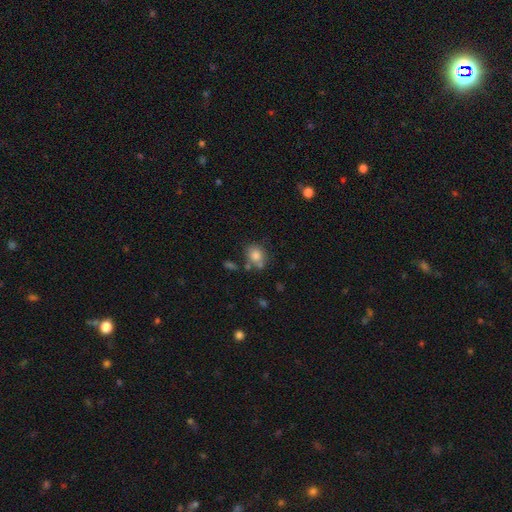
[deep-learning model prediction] Smooth or featured?
  - smooth: 81% *
  - star or artifact: 10%
  - featured or disk: 9%
How rounded?
  - round: 54% *
  - in between: 45%
  - cigar-shaped: 1%
Merging?
  - none: 59% *
  - minor disturbance: 19%
  - merger: 16%
  - major disturbance: 7%